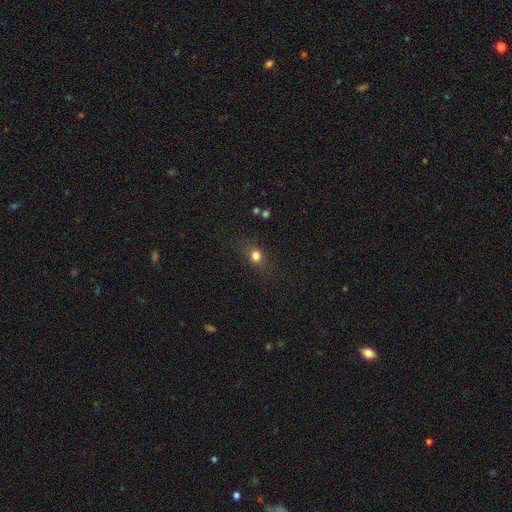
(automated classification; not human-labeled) The model was most divided on "how rounded": in between: 48%, round: 46%, cigar-shaped: 6%. More confident: merging — none (75%); smooth or featured — smooth (74%).